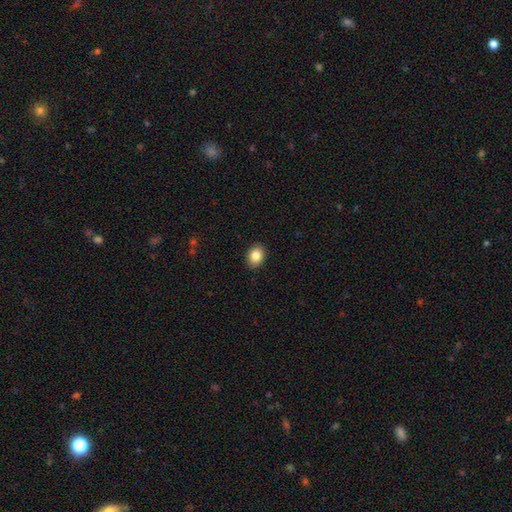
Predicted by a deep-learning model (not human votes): smooth_or_featured: smooth (p=0.84) [alt: star or artifact p=0.09]
how_rounded: in between (p=0.58) [alt: round p=0.41]
merging: none (p=0.90) [alt: minor disturbance p=0.07]